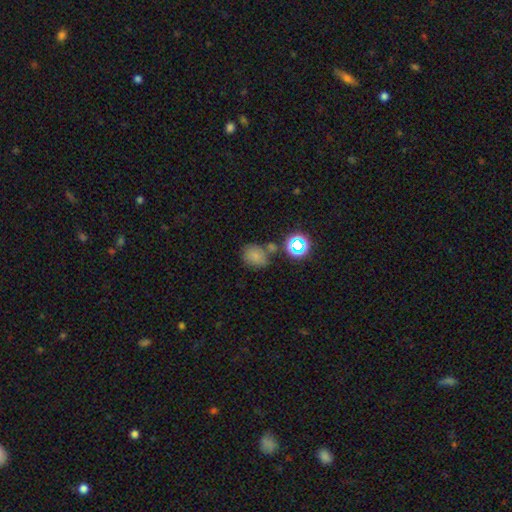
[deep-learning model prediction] Morphology: type=smooth (70%); roundness=round (50%); merging=none (58%).